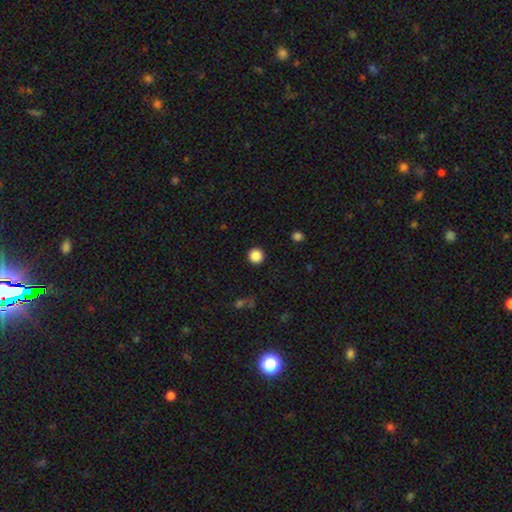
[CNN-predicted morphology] A smooth galaxy with no disk features (87%) that is round (96%). Merging: none (93%).